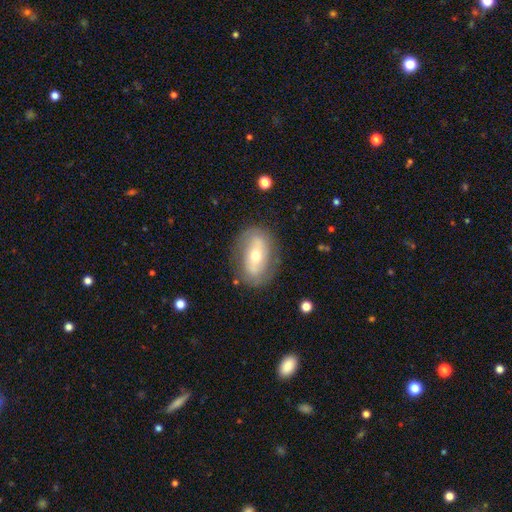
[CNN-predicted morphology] Smooth or featured? Predicted: featured or disk (p=0.54). Edge-on disk? Predicted: no (p=0.88). Merging? Predicted: none (p=0.77).